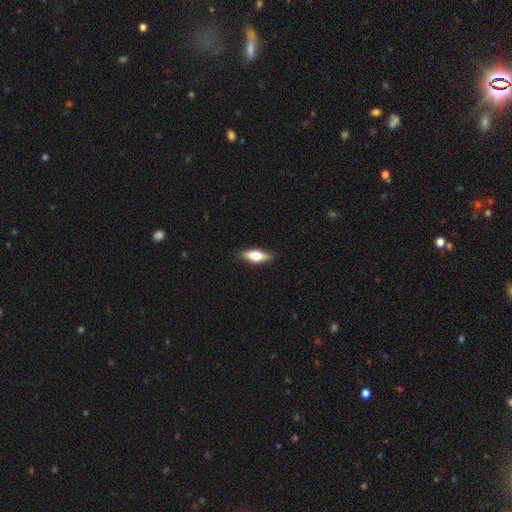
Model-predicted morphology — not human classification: smooth_or_featured: smooth (p=0.55) [alt: featured or disk p=0.38]
how_rounded: in between (p=0.66) [alt: cigar-shaped p=0.31]
merging: none (p=0.86) [alt: minor disturbance p=0.11]